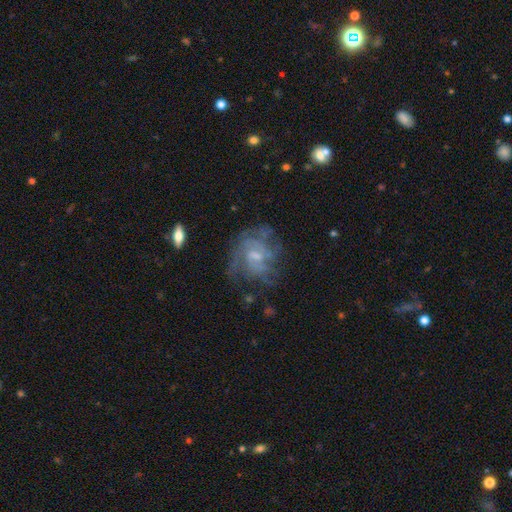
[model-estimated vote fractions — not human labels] Q: Smooth or featured?
A: featured or disk (74%); runner-up: smooth (17%)
Q: Edge-on disk?
A: no (97%); runner-up: yes (3%)
Q: Bar?
A: no (47%); runner-up: weak (46%)
Q: Spiral arms?
A: yes (78%); runner-up: no (22%)
Q: Spiral winding?
A: tight (42%); runner-up: medium (40%)
Q: Spiral arm count?
A: can't tell (50%); runner-up: 3 (16%)
Q: Bulge size?
A: small (48%); runner-up: moderate (33%)
Q: Merging?
A: none (56%); runner-up: major disturbance (21%)